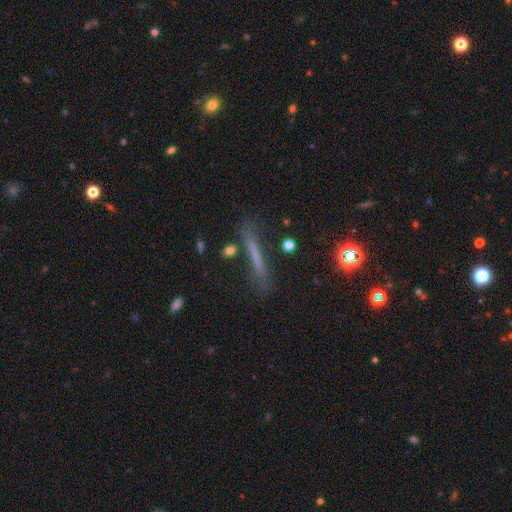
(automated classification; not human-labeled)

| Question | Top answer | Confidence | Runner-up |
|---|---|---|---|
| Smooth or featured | smooth | 55% | featured or disk (32%) |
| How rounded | cigar-shaped | 93% | in between (4%) |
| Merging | none | 74% | minor disturbance (16%) |